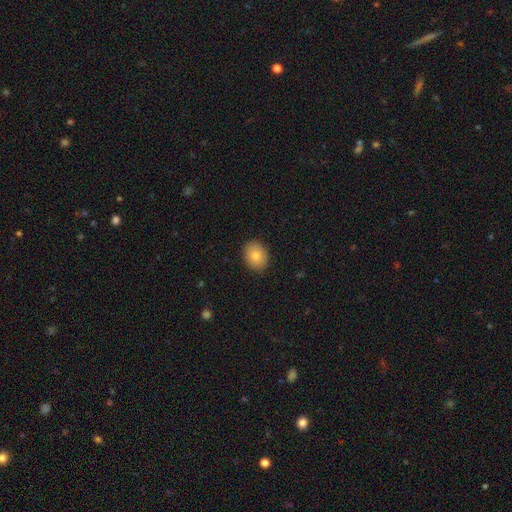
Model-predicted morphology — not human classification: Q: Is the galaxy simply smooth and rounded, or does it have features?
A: smooth — 81%.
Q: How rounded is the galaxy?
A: in between — 52%.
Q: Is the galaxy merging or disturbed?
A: none — 90%.